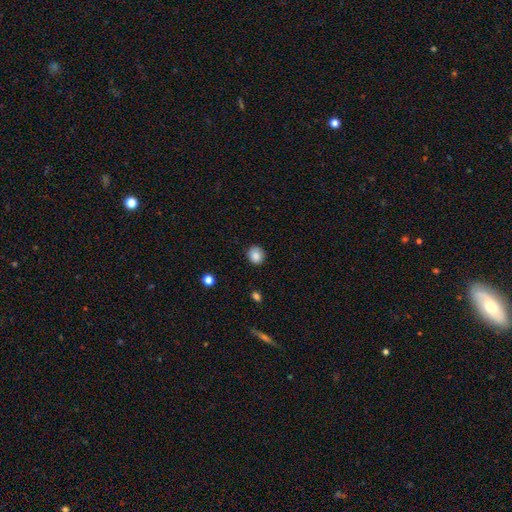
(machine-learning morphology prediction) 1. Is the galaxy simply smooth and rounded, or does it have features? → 86% smooth, 9% star or artifact, 4% featured or disk.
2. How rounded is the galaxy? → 82% round, 17% in between, 1% cigar-shaped.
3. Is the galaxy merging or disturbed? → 85% none, 11% minor disturbance, 2% major disturbance, 1% merger.